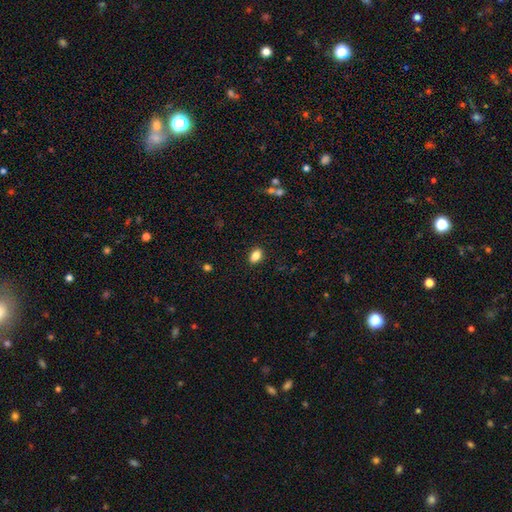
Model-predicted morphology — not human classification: Overall: smooth (85%). How rounded: in between (83%). Merging: none (88%).